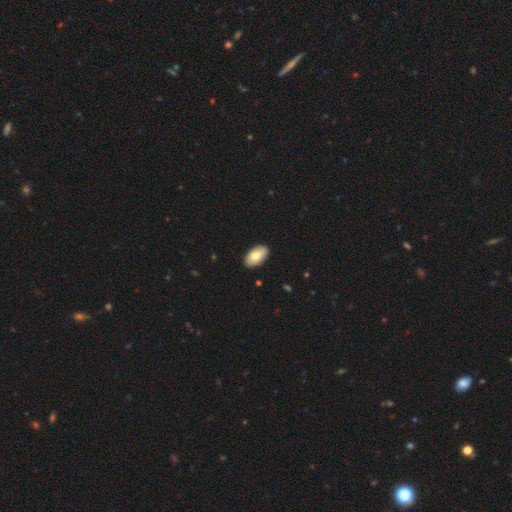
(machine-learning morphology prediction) Smooth or featured? smooth (73%)
How rounded? in between (95%)
Merging? none (90%)